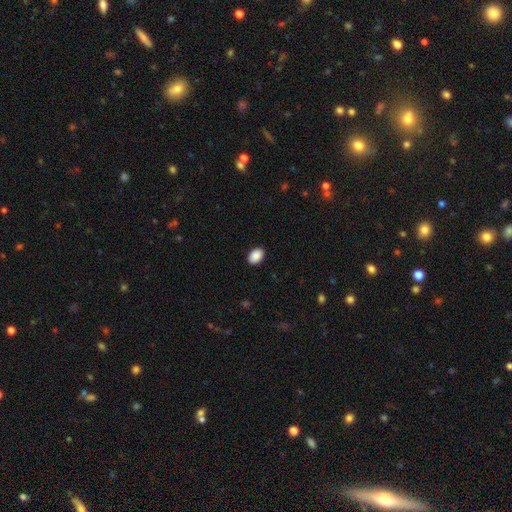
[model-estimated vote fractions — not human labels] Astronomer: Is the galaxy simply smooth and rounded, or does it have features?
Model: smooth — 90%.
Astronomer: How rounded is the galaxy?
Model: in between — 83%.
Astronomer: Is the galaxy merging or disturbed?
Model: none — 90%.